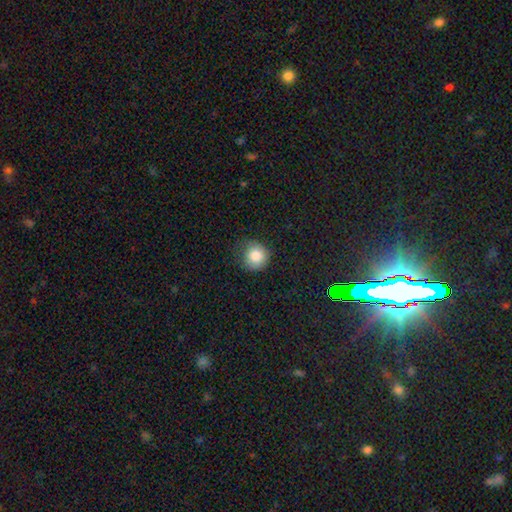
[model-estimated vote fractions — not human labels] This appears to be a smooth galaxy with no disk features (84%) that is round (91%). Merging: none (71%).